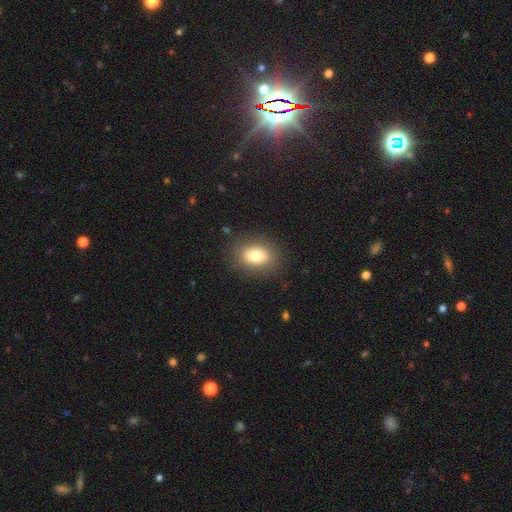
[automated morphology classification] A smooth galaxy with no disk features (79%) that is in between round and cigar-shaped (68%).

Vote fractions:
- Smooth or featured? smooth: 79% / featured or disk: 12% / star or artifact: 9%
- How rounded? in between: 68% / round: 30% / cigar-shaped: 1%
- Merging? none: 85% / minor disturbance: 10% / major disturbance: 4% / merger: 1%